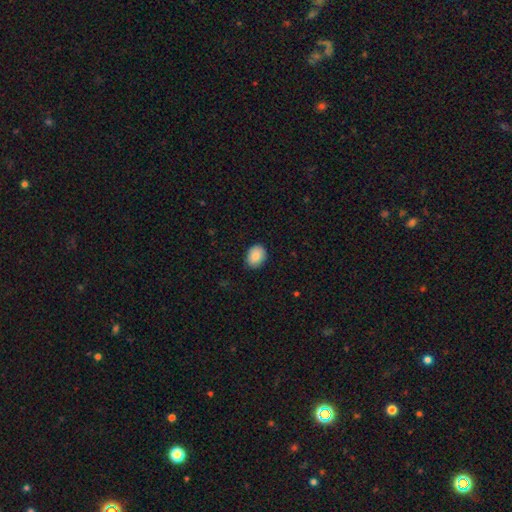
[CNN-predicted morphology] Smooth or featured: smooth — 88% (star or artifact — 7%)
How rounded: in between — 67% (round — 33%)
Merging: none — 87% (minor disturbance — 10%)